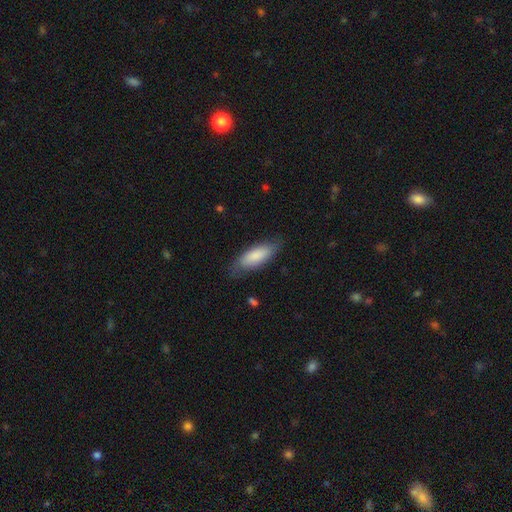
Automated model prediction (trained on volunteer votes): This is clearly a smooth galaxy (83%). How rounded: likely in between (71%). Merging: likely none (74%).